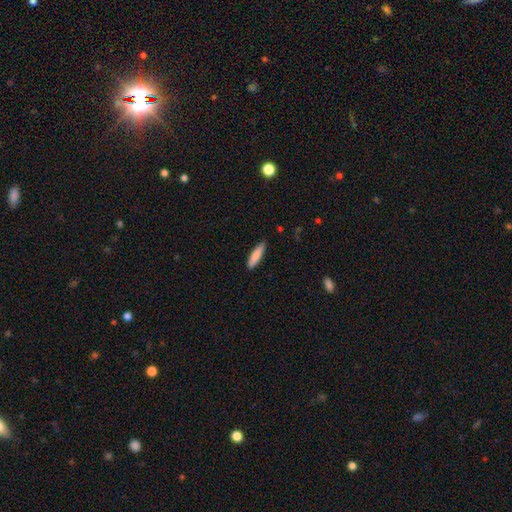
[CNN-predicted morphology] Q: Smooth or featured?
A: smooth (85%); runner-up: featured or disk (9%)
Q: How rounded?
A: cigar-shaped (74%); runner-up: in between (24%)
Q: Merging?
A: none (85%); runner-up: minor disturbance (12%)